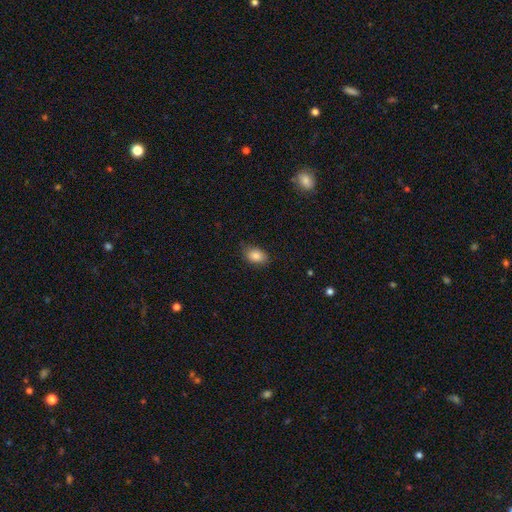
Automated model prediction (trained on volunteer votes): smooth 83%, star or artifact 8%, featured or disk 8%. Down the decision tree: how rounded — in between (83%); merging — none (76%).